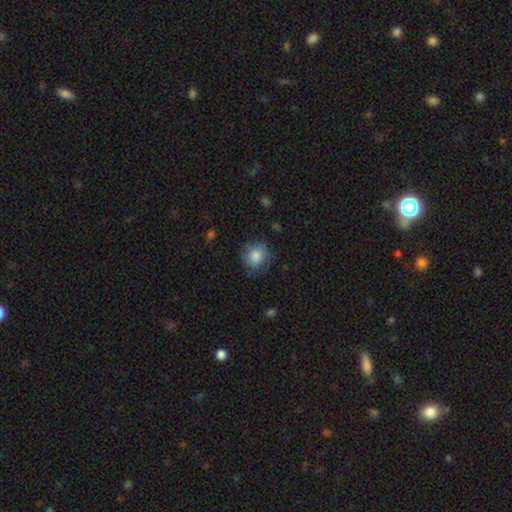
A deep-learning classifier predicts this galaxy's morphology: Smooth or featured? smooth (81%)
How rounded? round (85%)
Merging? none (73%)